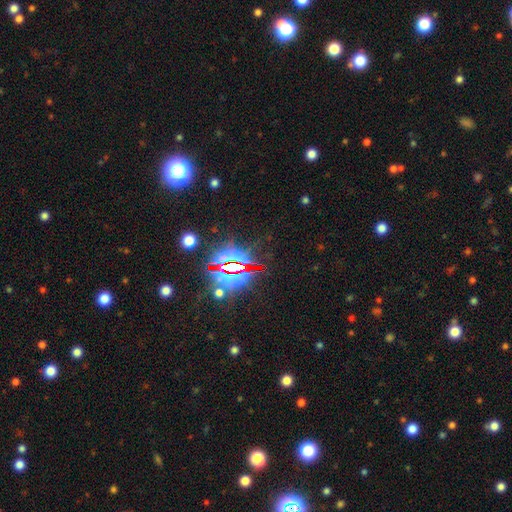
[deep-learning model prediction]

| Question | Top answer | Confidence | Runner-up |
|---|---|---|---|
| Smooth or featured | star or artifact | 84% | smooth (9%) |